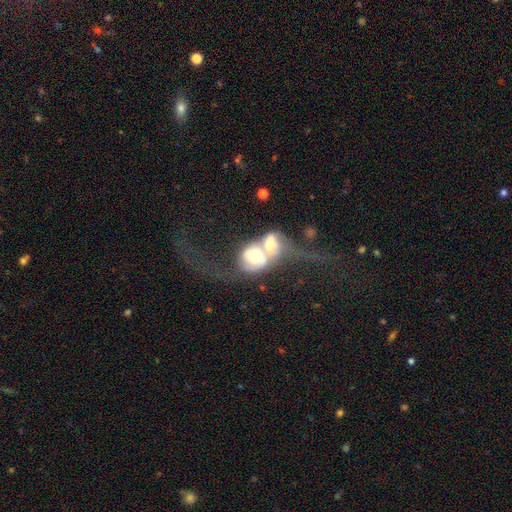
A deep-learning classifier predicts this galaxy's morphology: featured or disk 62%, smooth 29%, star or artifact 9%. Down the decision tree: edge-on disk — no (91%); bar — no (75%); spiral arms — yes (59%); bulge size — moderate (43%); merging — merger (80%).